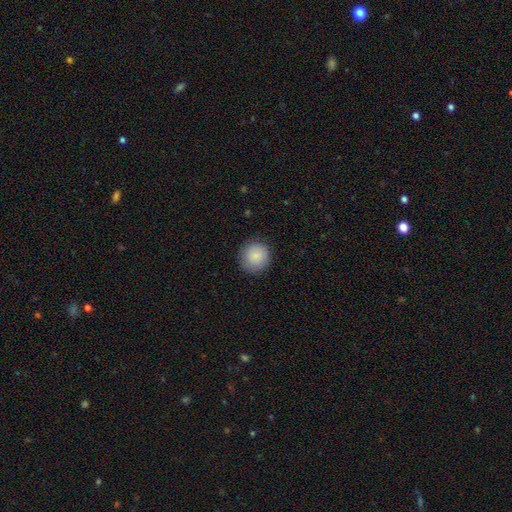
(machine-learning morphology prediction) The model was most divided on "smooth or featured": smooth: 86%, star or artifact: 8%, featured or disk: 6%. More confident: how rounded — round (93%); merging — none (88%).